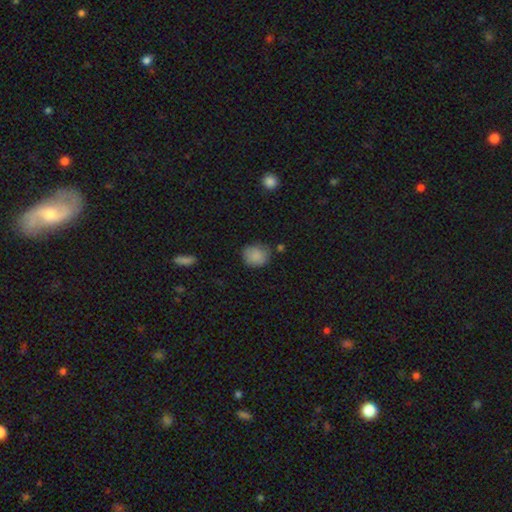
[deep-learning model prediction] A smooth galaxy with no disk features (85%) that is round (72%).

Vote fractions:
- Smooth or featured? smooth: 85% / star or artifact: 9% / featured or disk: 6%
- How rounded? round: 72% / in between: 27% / cigar-shaped: 1%
- Merging? none: 70% / minor disturbance: 21% / major disturbance: 5% / merger: 3%